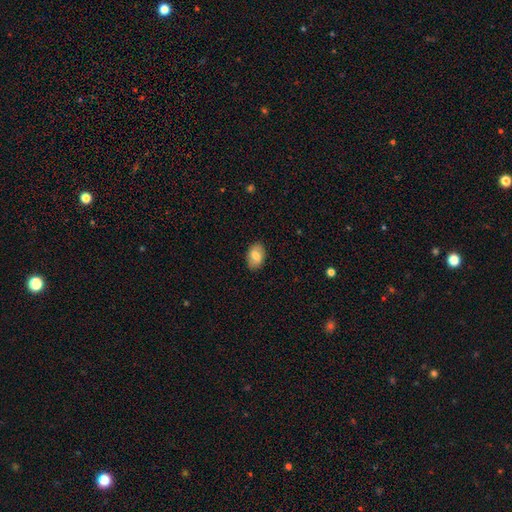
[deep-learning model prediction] Smooth or featured? Predicted: smooth (p=0.73). How rounded? Predicted: in between (p=0.87). Merging? Predicted: none (p=0.87).